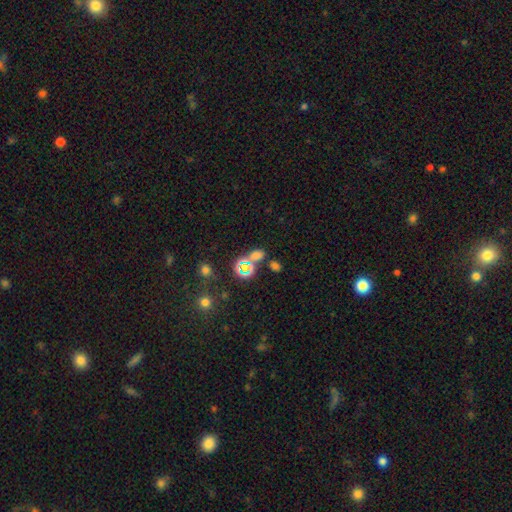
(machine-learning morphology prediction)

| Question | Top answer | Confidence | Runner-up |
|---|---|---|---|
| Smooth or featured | smooth | 51% | star or artifact (40%) |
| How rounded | in between | 65% | round (31%) |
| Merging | none | 53% | merger (27%) |